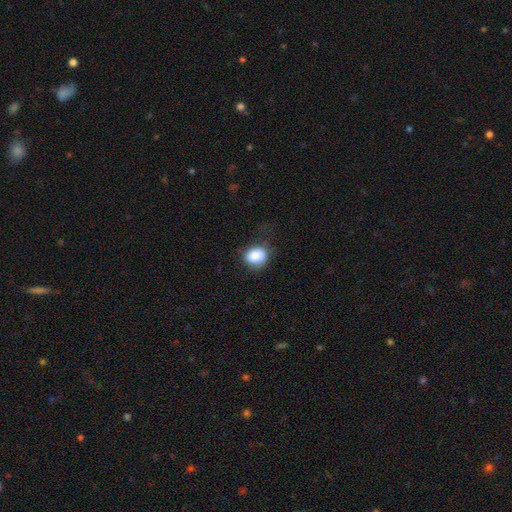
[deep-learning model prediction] Q: Smooth or featured?
A: smooth (85%); runner-up: star or artifact (8%)
Q: How rounded?
A: in between (55%); runner-up: round (44%)
Q: Merging?
A: none (57%); runner-up: minor disturbance (28%)